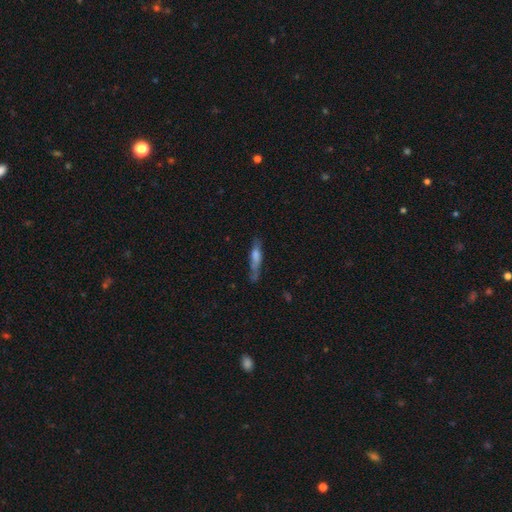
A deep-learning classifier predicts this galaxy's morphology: Smooth or featured? Predicted: featured or disk (p=0.45). Merging? Predicted: none (p=0.62).